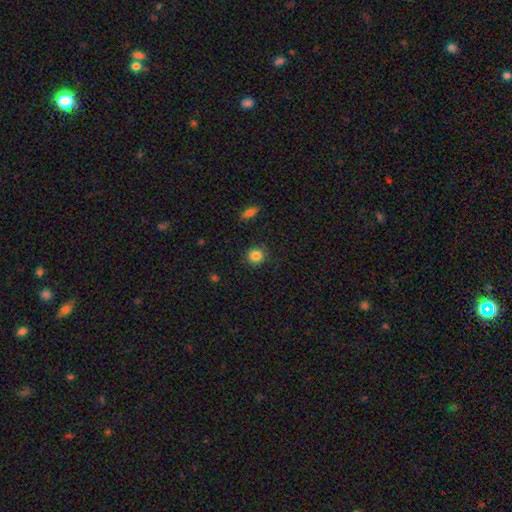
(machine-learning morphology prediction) This is clearly a smooth galaxy (84%). How rounded: clearly round (89%). Merging: clearly none (89%).